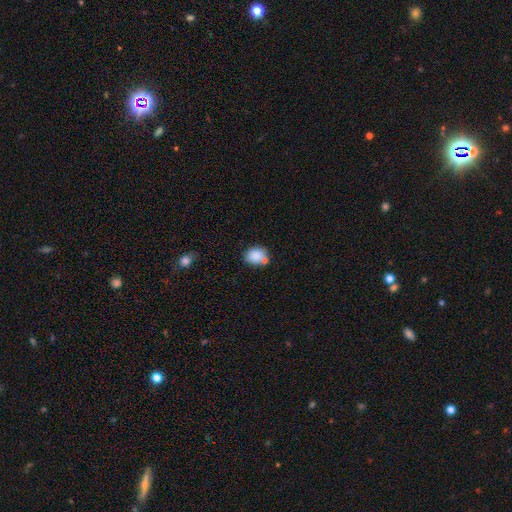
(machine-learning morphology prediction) Smooth or featured?
  - smooth: 85% *
  - star or artifact: 8%
  - featured or disk: 6%
How rounded?
  - round: 56% *
  - in between: 43%
  - cigar-shaped: 1%
Merging?
  - none: 62% *
  - merger: 19%
  - minor disturbance: 15%
  - major disturbance: 4%